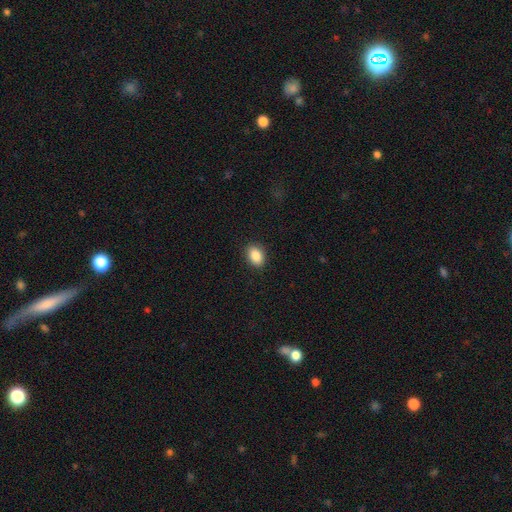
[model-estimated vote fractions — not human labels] smooth_or_featured: smooth (p=0.87) [alt: star or artifact p=0.08]
how_rounded: in between (p=0.78) [alt: round p=0.21]
merging: none (p=0.89) [alt: minor disturbance p=0.08]